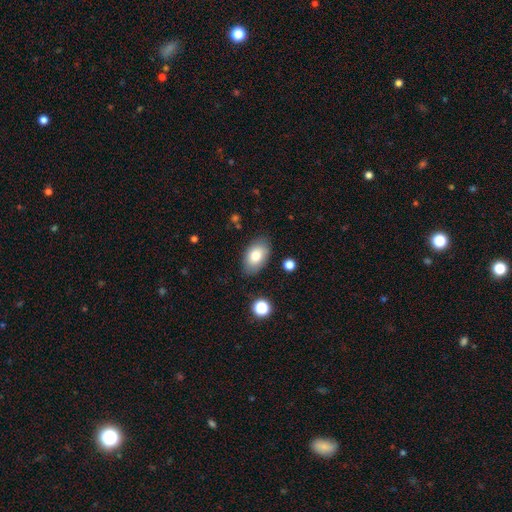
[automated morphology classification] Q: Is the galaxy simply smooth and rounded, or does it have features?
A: smooth — 79%.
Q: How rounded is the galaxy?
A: in between — 92%.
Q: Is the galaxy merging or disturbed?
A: none — 82%.